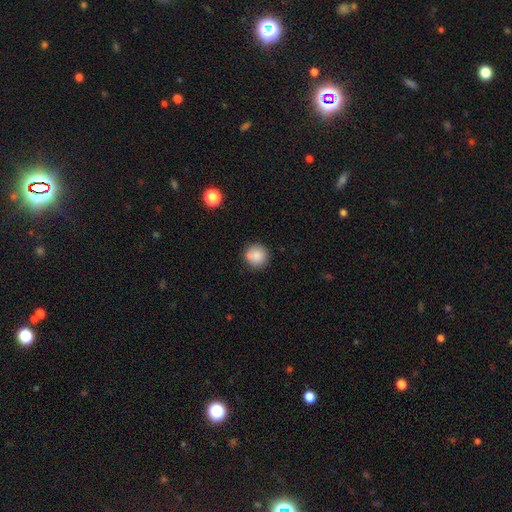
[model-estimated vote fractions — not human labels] Smooth or featured?
  - smooth: 83% *
  - star or artifact: 9%
  - featured or disk: 9%
How rounded?
  - round: 94% *
  - in between: 5%
  - cigar-shaped: 1%
Merging?
  - none: 74% *
  - minor disturbance: 12%
  - merger: 11%
  - major disturbance: 3%